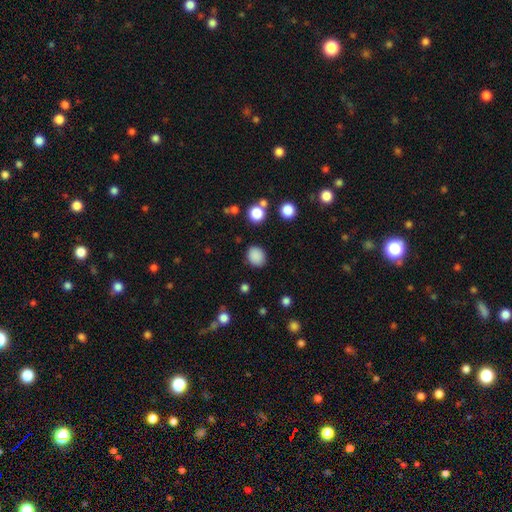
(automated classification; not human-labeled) smooth_or_featured: smooth (p=0.86) [alt: star or artifact p=0.11]
how_rounded: round (p=0.59) [alt: in between p=0.41]
merging: none (p=0.85) [alt: minor disturbance p=0.10]